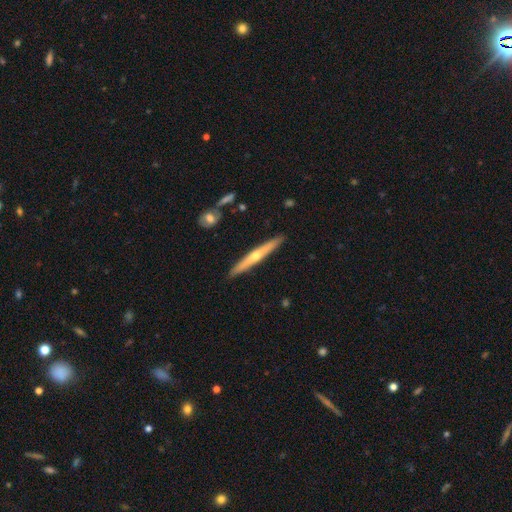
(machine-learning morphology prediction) Smooth or featured: featured or disk — 61% (smooth — 33%)
Edge-on disk: yes — 96% (no — 4%)
Edge-on bulge: rounded — 81% (none — 17%)
Merging: none — 91% (minor disturbance — 6%)